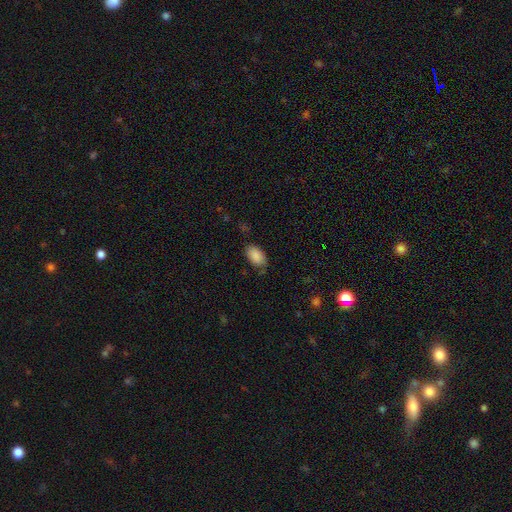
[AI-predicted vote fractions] The model was most divided on "merging": none: 74%, minor disturbance: 20%, major disturbance: 4%, merger: 2%. More confident: how rounded — in between (94%); smooth or featured — smooth (89%).